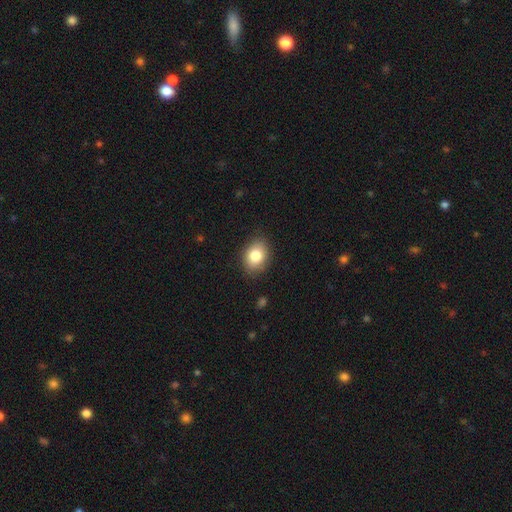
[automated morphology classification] smooth 82%, featured or disk 9%, star or artifact 9%. Down the decision tree: how rounded — in between (63%); merging — none (85%).